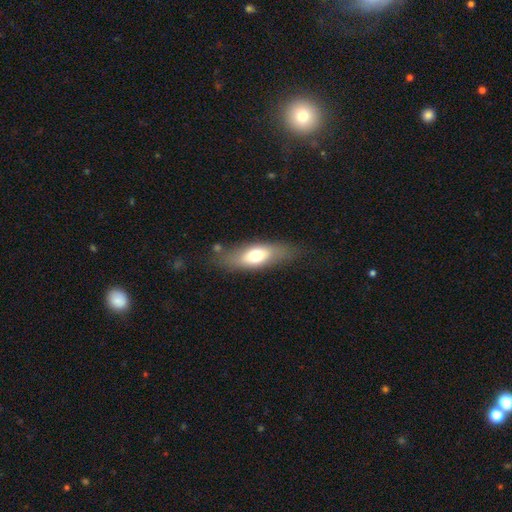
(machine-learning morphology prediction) Overall: smooth (64%; featured or disk 29%). How rounded: in between (70%). Merging: none (73%).